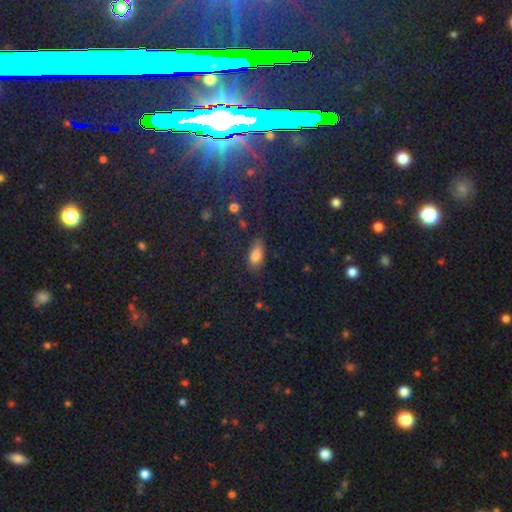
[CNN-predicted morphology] Q: Smooth or featured?
A: smooth (79%); runner-up: star or artifact (12%)
Q: How rounded?
A: in between (85%); runner-up: cigar-shaped (8%)
Q: Merging?
A: none (70%); runner-up: minor disturbance (21%)